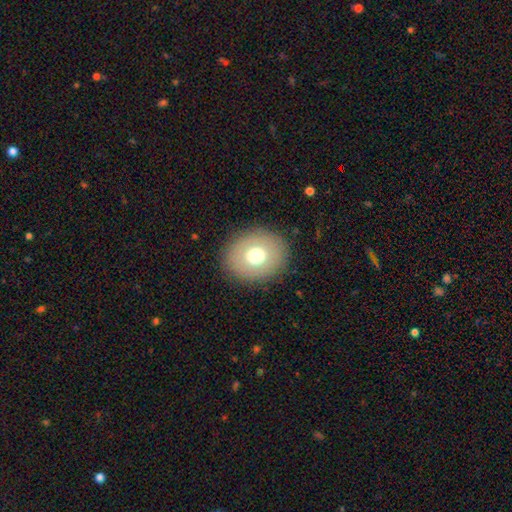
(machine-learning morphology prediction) Smooth or featured? Predicted: smooth (p=0.70). How rounded? Predicted: round (p=0.62). Merging? Predicted: none (p=0.88).